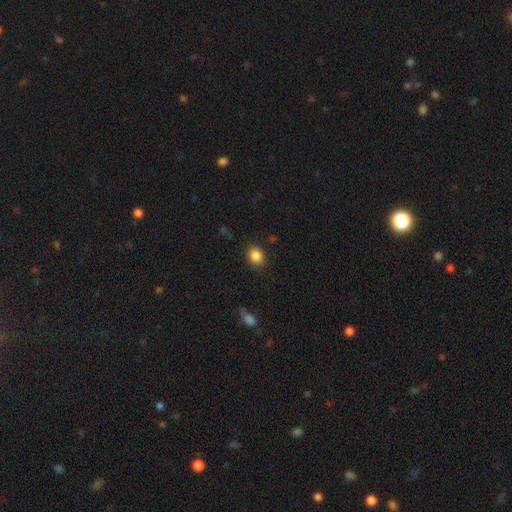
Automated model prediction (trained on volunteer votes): Overall: smooth (86%). How rounded: round (57%; in between 42%). Merging: none (86%).